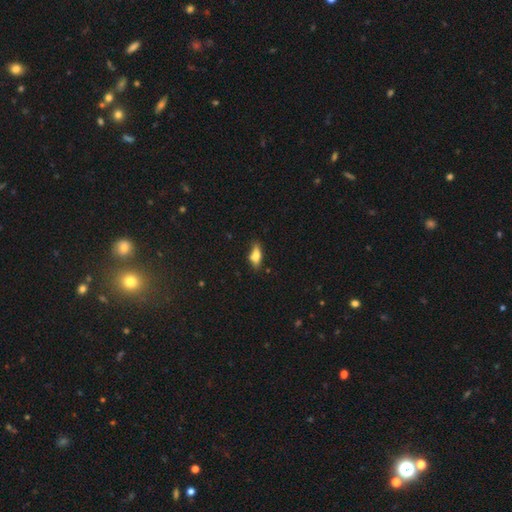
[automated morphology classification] This is likely a smooth galaxy (64%). How rounded: likely in between (71%). Merging: likely none (68%).